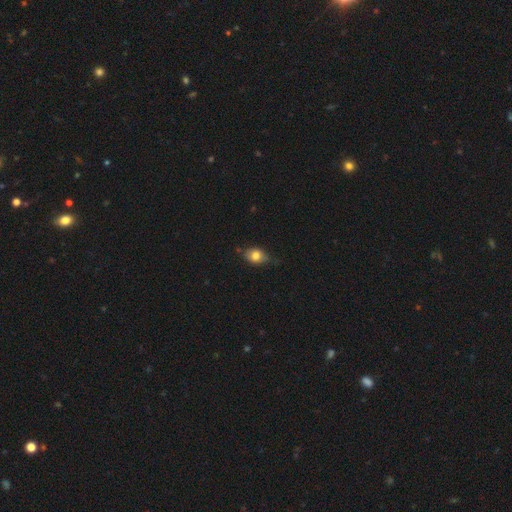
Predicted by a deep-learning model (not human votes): Smooth or featured? smooth (78%)
How rounded? in between (67%)
Merging? none (60%)